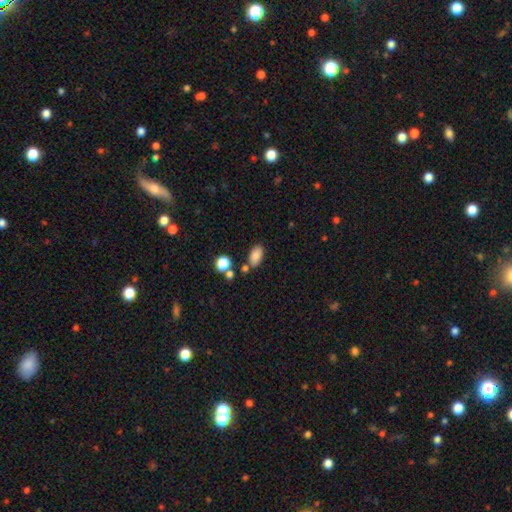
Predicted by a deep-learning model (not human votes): A smooth galaxy with no disk features (82%) that is in between round and cigar-shaped (90%). Merging: none (76%).